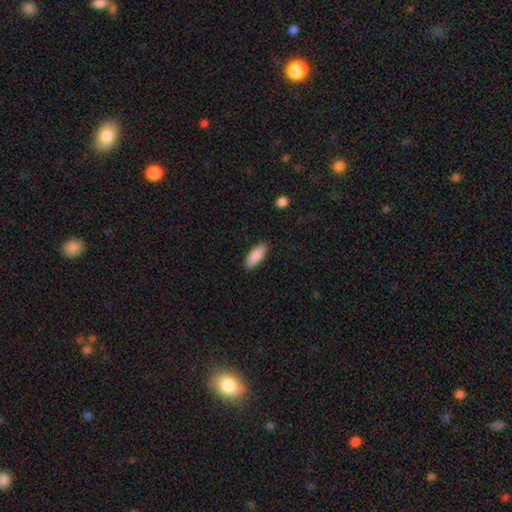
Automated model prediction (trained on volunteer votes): This is clearly a smooth galaxy (89%). How rounded: likely in between (73%). Merging: clearly none (89%).